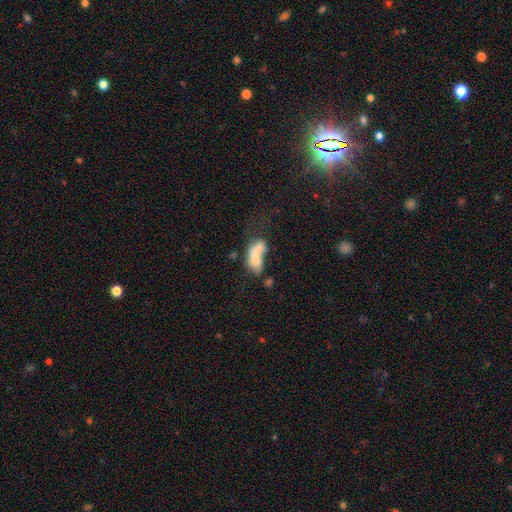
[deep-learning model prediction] Morphology: type=smooth (60%); roundness=in between (84%); merging=merger (55%).